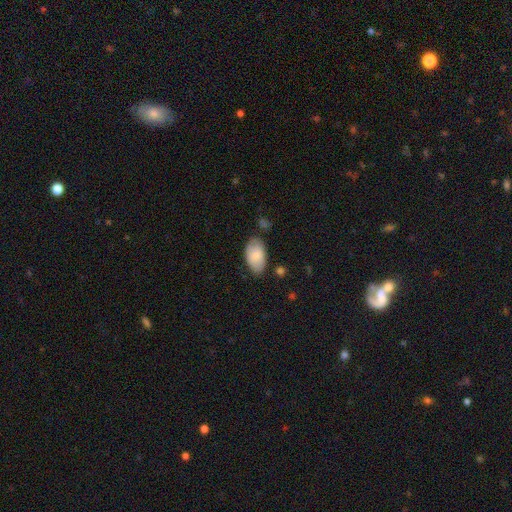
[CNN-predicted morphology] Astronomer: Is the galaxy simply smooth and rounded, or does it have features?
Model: smooth — 80%.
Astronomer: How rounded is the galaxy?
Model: in between — 95%.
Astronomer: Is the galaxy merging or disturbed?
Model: none — 73%.